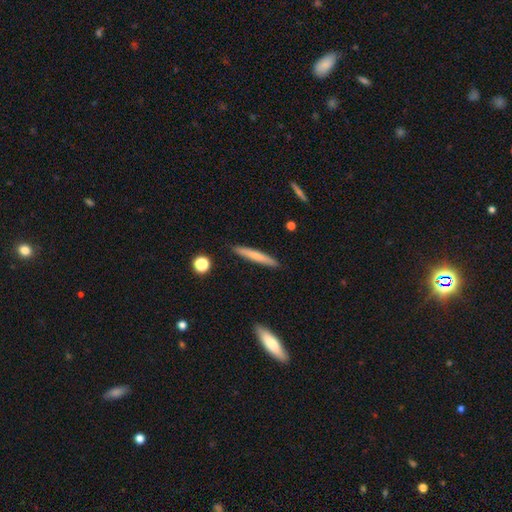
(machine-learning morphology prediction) type=smooth (67%); roundness=cigar-shaped (95%); merging=none (91%).